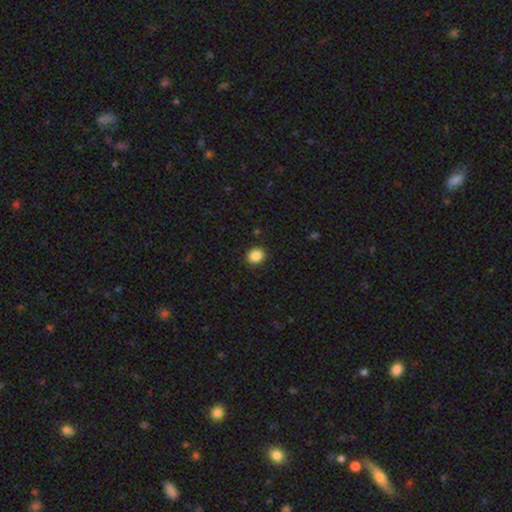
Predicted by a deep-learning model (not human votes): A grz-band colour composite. It shows a smooth galaxy with no disk features (87%) that is round (74%). Merging: none (91%).